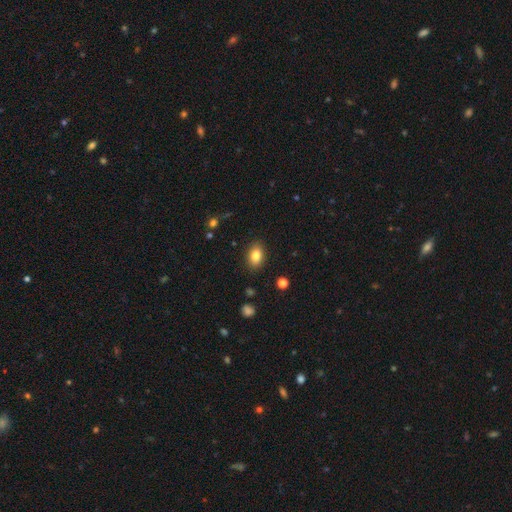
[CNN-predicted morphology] Overall: smooth (83%). How rounded: in between (84%). Merging: none (87%).